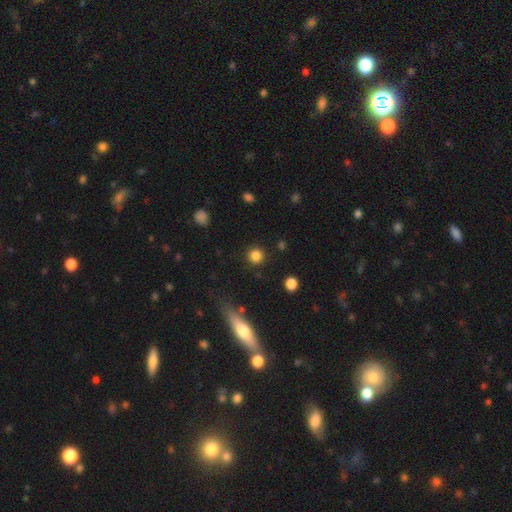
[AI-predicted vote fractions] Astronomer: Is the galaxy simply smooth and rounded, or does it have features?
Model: smooth — 83%.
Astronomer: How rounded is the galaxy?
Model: round — 93%.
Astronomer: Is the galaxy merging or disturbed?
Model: none — 89%.